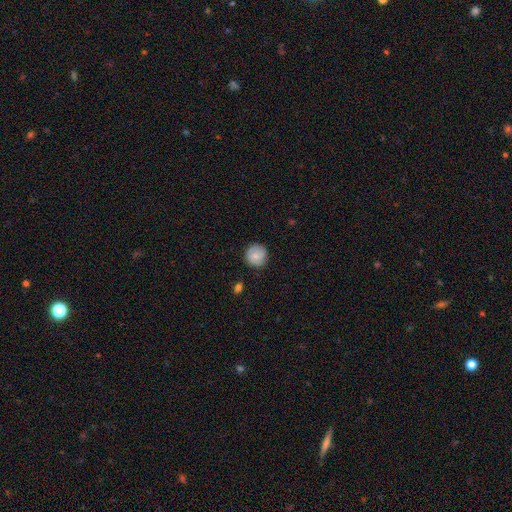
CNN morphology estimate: Q: Smooth or featured?
A: smooth (72%); runner-up: featured or disk (21%)
Q: How rounded?
A: round (93%); runner-up: in between (6%)
Q: Merging?
A: none (84%); runner-up: minor disturbance (12%)